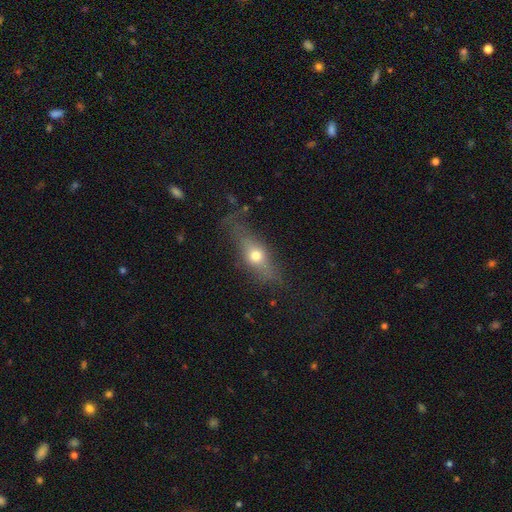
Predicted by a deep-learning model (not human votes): smooth 49%, featured or disk 39%, star or artifact 12%. Down the decision tree: merging — none (63%).